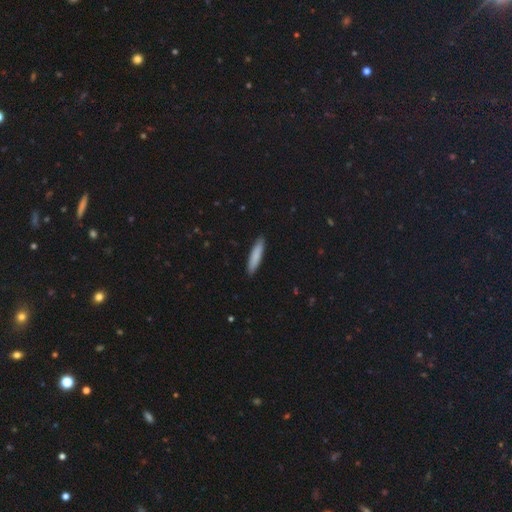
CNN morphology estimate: Overall: smooth (84%). How rounded: cigar-shaped (86%). Merging: none (90%).